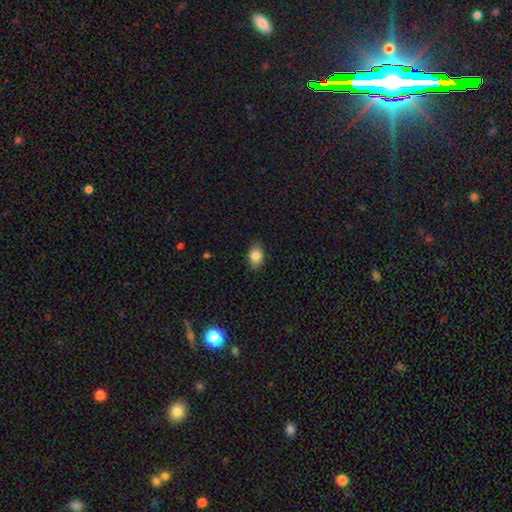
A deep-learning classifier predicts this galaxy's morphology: Overall: smooth (85%). How rounded: in between (79%). Merging: none (85%).